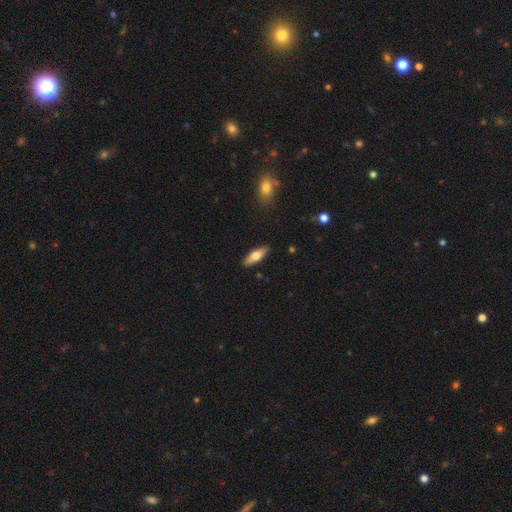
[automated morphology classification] Smooth or featured? Predicted: smooth (p=0.64). How rounded? Predicted: in between (p=0.57). Merging? Predicted: none (p=0.88).